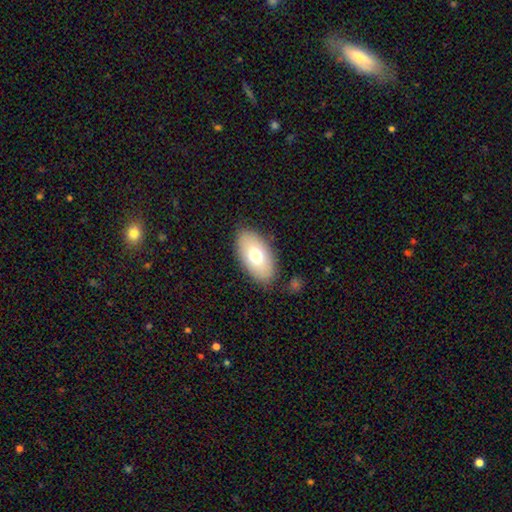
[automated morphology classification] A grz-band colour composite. It shows a smooth galaxy with no disk features (70%) that is in between round and cigar-shaped (94%). Merging: none (85%).